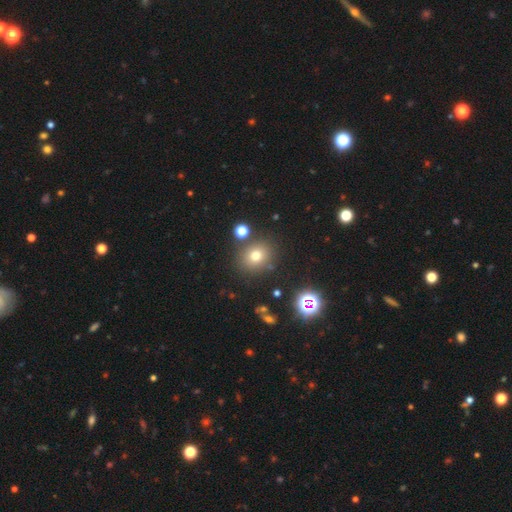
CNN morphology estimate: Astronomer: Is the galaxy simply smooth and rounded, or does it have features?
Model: smooth — 72%.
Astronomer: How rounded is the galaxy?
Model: round — 76%.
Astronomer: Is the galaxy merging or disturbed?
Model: none — 82%.